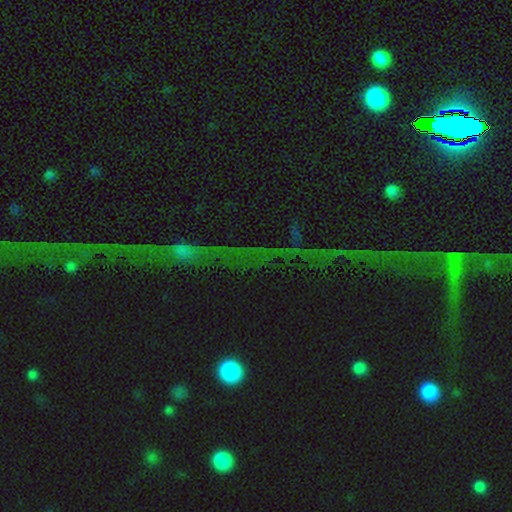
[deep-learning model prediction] star or artifact 69%, featured or disk 19%, smooth 12%.